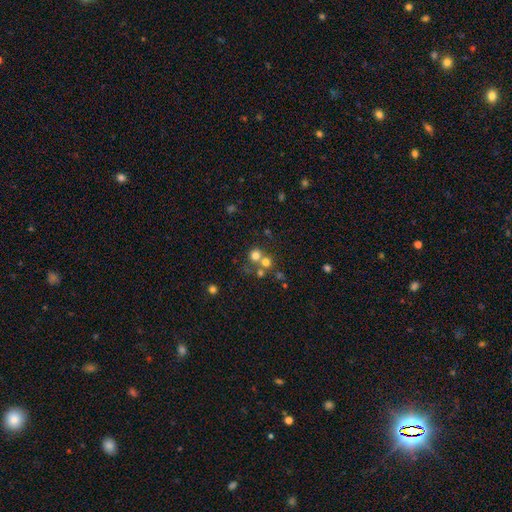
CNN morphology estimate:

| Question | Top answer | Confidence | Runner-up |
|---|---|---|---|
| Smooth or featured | smooth | 68% | star or artifact (17%) |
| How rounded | round | 89% | in between (10%) |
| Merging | none | 48% | merger (42%) |